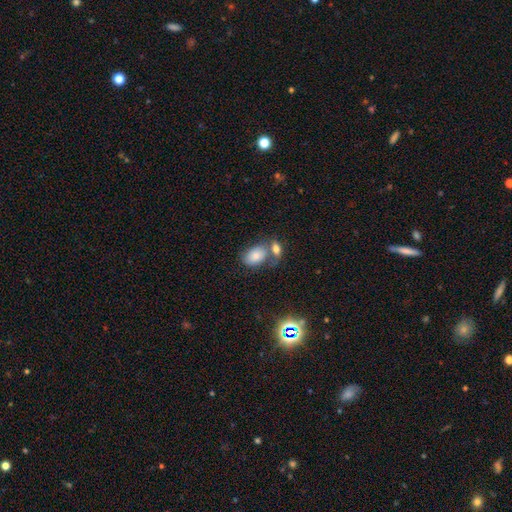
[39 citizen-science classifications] Q: Smooth or featured?
A: smooth (85%); runner-up: featured or disk (8%)
Q: How rounded?
A: in between (88%); runner-up: round (12%)
Q: Merging?
A: merger (47%); runner-up: none (31%)